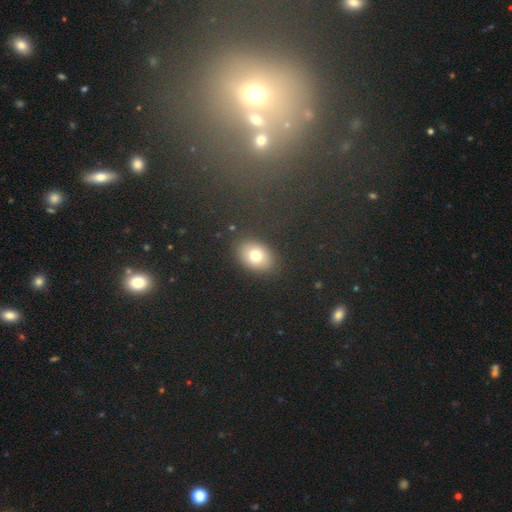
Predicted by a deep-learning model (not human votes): A smooth galaxy with no disk features (76%) that is in between round and cigar-shaped (72%). Merging: none (87%).